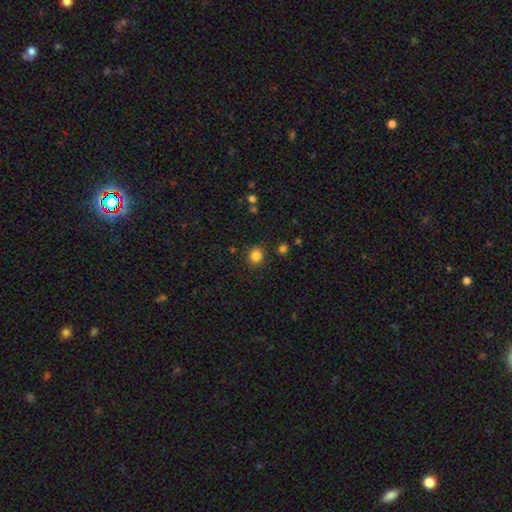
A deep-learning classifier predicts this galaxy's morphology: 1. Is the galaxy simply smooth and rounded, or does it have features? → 83% smooth, 12% star or artifact, 4% featured or disk.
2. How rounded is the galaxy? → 87% round, 13% in between, 1% cigar-shaped.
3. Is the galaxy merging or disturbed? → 86% none, 9% minor disturbance, 3% major disturbance, 2% merger.